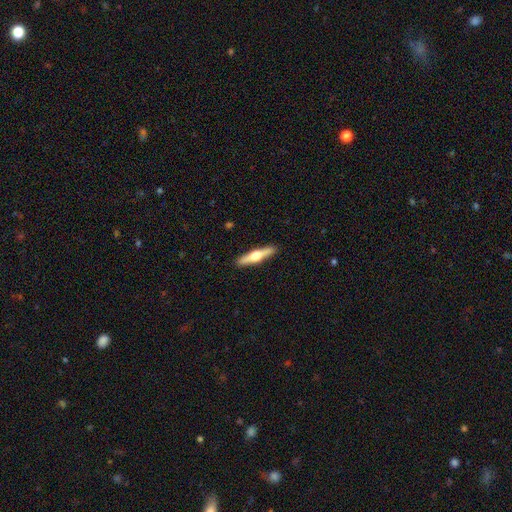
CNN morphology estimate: featured or disk 58%, smooth 37%, star or artifact 5%. Down the decision tree: edge-on disk — yes (96%); edge-on bulge — rounded (95%); merging — none (91%).